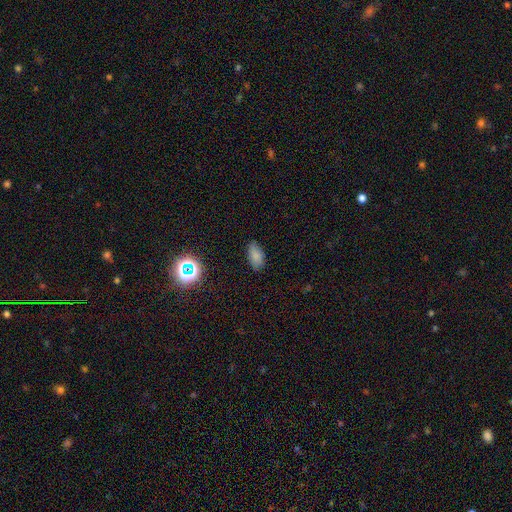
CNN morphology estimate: This is likely a smooth galaxy (80%). How rounded: clearly in between (92%). Merging: clearly none (82%).